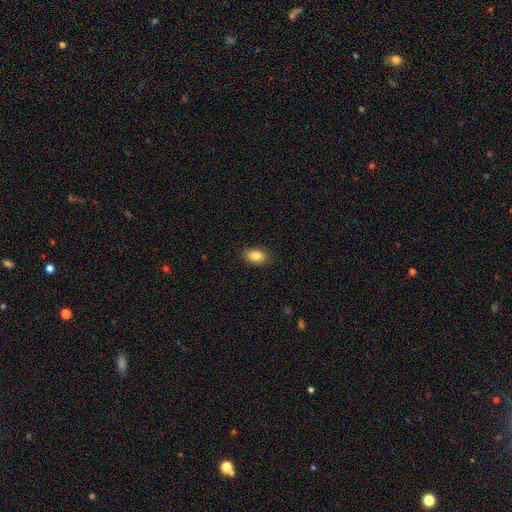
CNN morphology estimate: The model was most divided on "how rounded": in between: 86%, round: 12%, cigar-shaped: 1%. More confident: merging — none (88%); smooth or featured — smooth (85%).